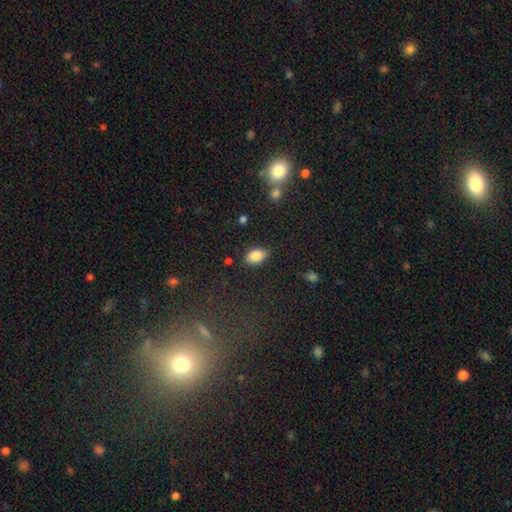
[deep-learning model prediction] Overall: smooth (86%). How rounded: in between (90%). Merging: none (82%).